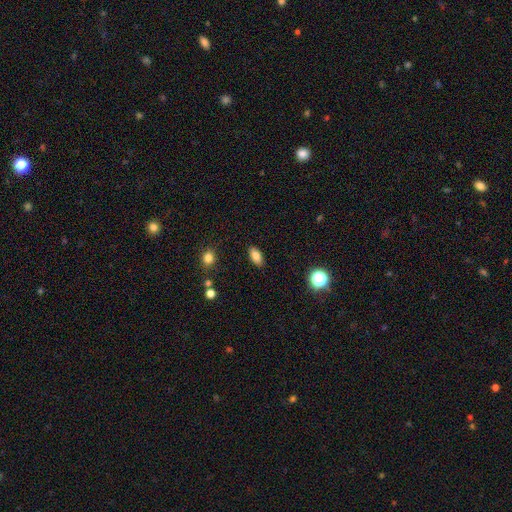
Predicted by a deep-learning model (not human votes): This is clearly a smooth galaxy (82%). How rounded: clearly in between (87%). Merging: clearly none (88%).